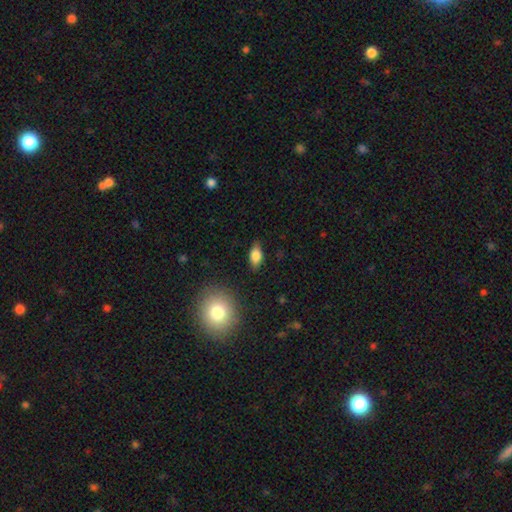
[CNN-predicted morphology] Smooth or featured? Predicted: smooth (p=0.82). How rounded? Predicted: in between (p=0.88). Merging? Predicted: none (p=0.84).